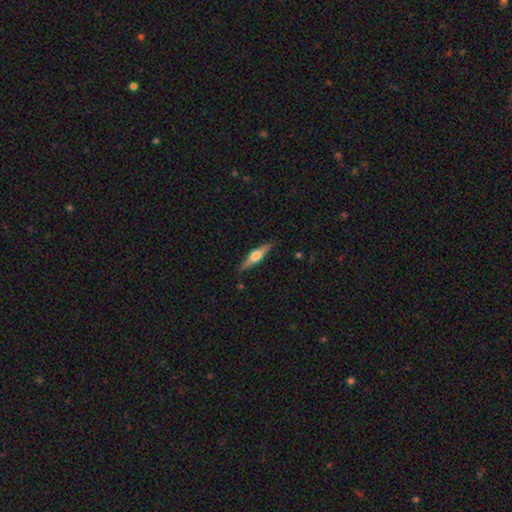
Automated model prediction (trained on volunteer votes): This appears to be a featured or disk galaxy (61%) viewed edge-on (96%) with a rounded central bulge (93%). Merging: none (86%).